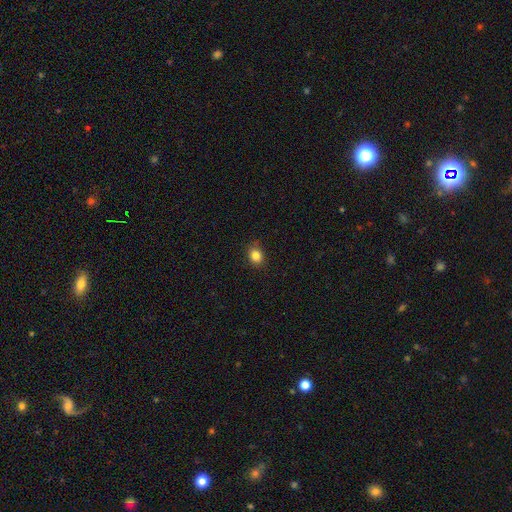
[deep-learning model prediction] This is clearly a smooth galaxy (84%). How rounded: possibly round (56%). Merging: clearly none (84%).